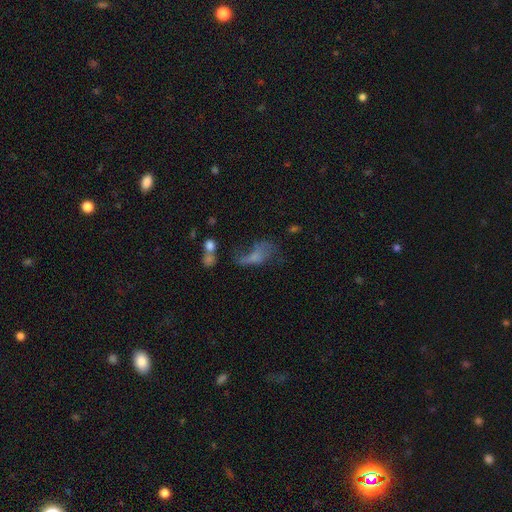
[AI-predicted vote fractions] smooth-or-featured: smooth: 45% | featured or disk: 37% | star or artifact: 18%
  merging: major disturbance: 42% | none: 24% | merger: 17% | minor disturbance: 17%